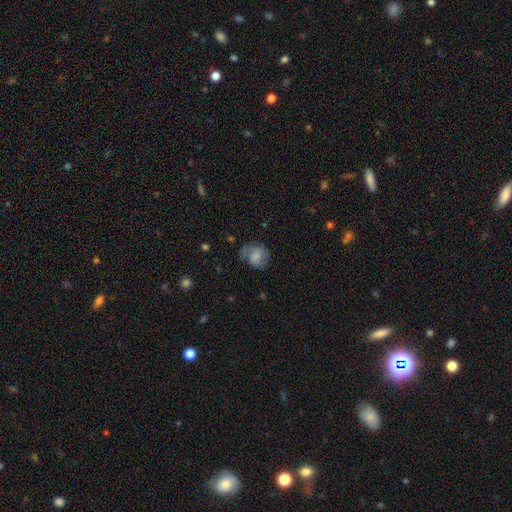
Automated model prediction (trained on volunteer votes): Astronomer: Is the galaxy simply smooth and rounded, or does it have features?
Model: smooth — 59%.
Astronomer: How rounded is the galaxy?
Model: round — 65%.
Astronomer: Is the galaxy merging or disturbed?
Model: none — 57%.